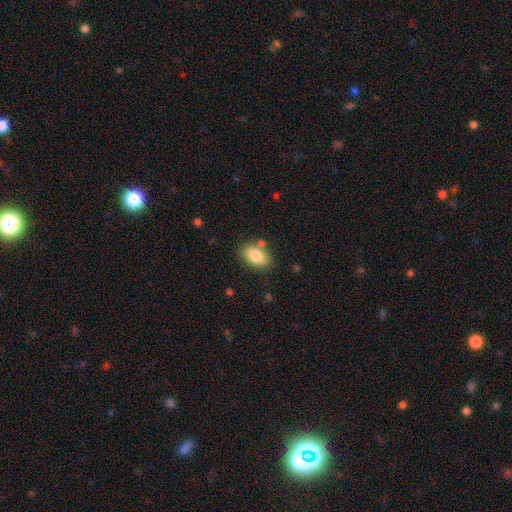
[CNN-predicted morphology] This appears to be a smooth galaxy with no disk features (85%) that is in between round and cigar-shaped (90%). Merging: none (77%).